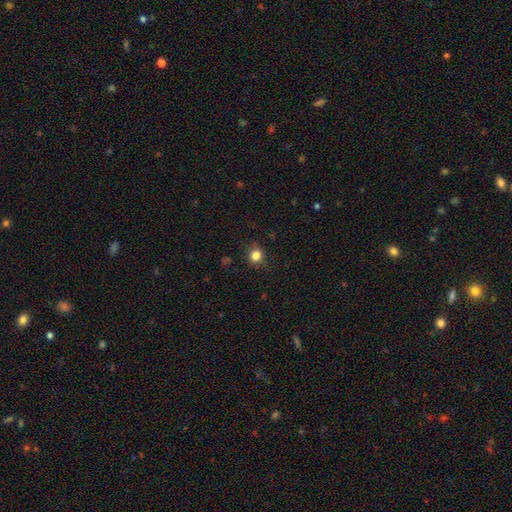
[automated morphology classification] The model was most divided on "how rounded": round: 83%, in between: 16%, cigar-shaped: 1%. More confident: merging — none (86%); smooth or featured — smooth (83%).